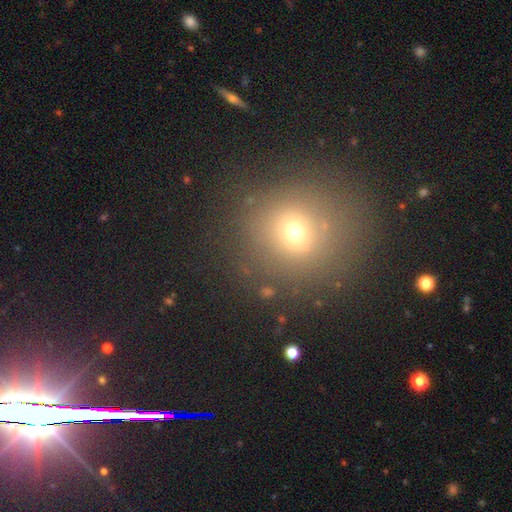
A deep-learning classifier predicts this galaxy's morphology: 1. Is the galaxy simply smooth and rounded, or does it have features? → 52% smooth, 35% star or artifact, 13% featured or disk.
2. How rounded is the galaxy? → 88% round, 10% in between, 1% cigar-shaped.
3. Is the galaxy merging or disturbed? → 86% none, 8% minor disturbance, 4% major disturbance, 2% merger.